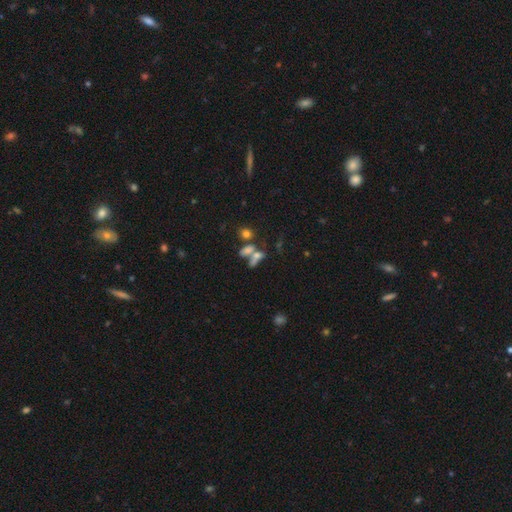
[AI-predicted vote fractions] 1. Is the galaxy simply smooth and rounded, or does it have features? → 53% smooth, 29% featured or disk, 18% star or artifact.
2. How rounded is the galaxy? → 62% in between, 20% cigar-shaped, 18% round.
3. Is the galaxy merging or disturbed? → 47% merger, 32% none, 11% major disturbance, 11% minor disturbance.